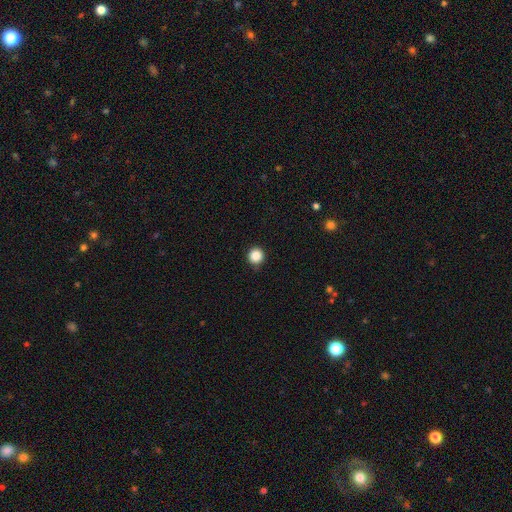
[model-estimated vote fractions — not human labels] Smooth or featured? smooth (87%)
How rounded? round (95%)
Merging? none (91%)